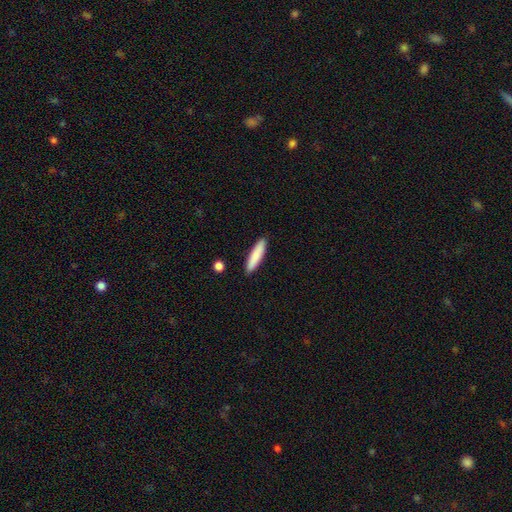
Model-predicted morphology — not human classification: Smooth or featured? smooth (84%)
How rounded? cigar-shaped (82%)
Merging? none (90%)